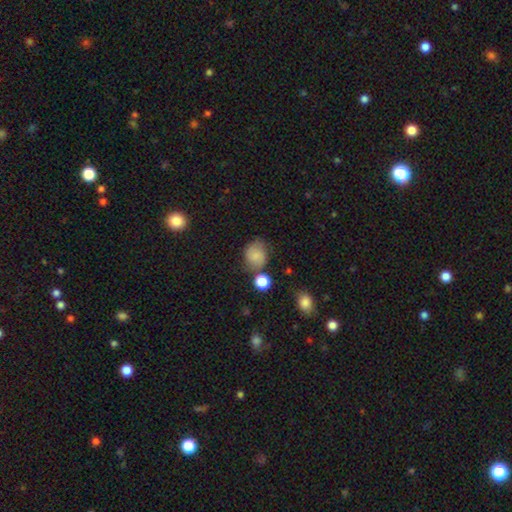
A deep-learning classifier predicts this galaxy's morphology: smooth 69%, featured or disk 19%, star or artifact 12%. Down the decision tree: how rounded — round (68%); merging — none (62%).